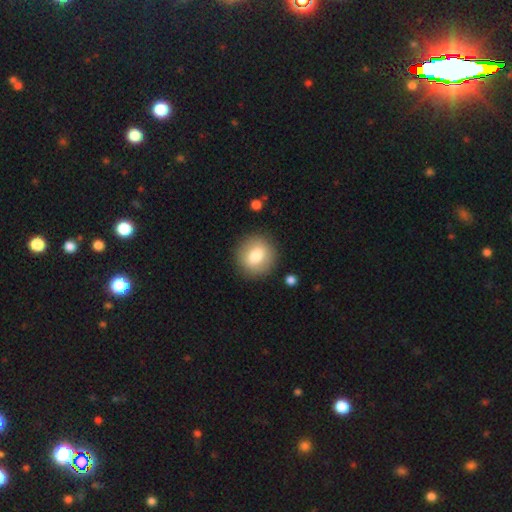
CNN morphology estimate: Smooth or featured? smooth (78%)
How rounded? round (88%)
Merging? none (88%)